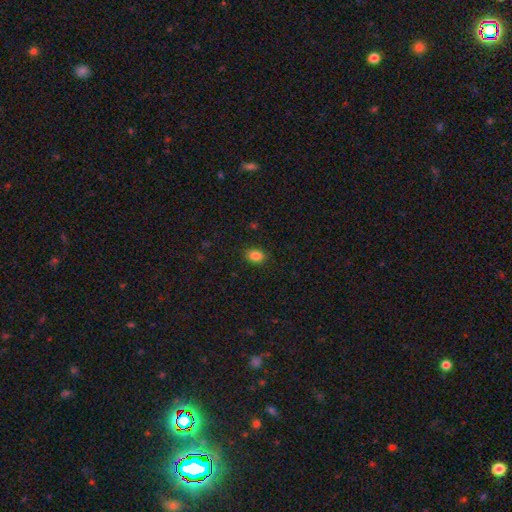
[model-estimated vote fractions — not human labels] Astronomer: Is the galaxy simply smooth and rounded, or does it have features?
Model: smooth — 86%.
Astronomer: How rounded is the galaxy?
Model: in between — 67%.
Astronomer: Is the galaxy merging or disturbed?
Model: none — 87%.